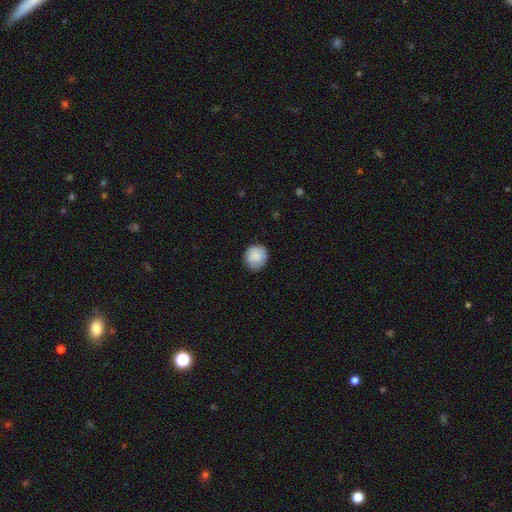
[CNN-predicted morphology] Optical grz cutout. It shows a smooth galaxy with no disk features (87%) that is round (88%). Merging: none (84%).